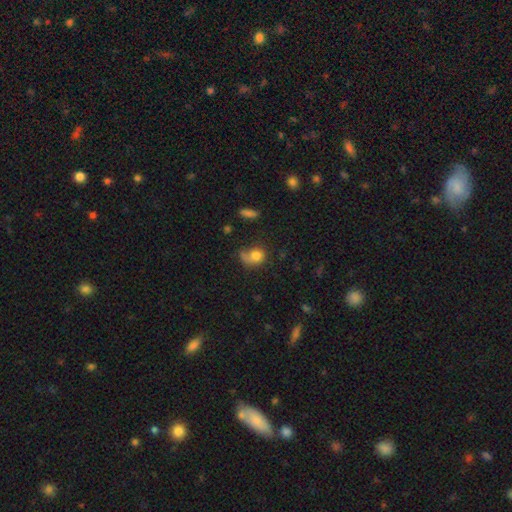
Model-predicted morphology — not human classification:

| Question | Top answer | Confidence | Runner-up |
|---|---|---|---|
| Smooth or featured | smooth | 76% | featured or disk (13%) |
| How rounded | round | 58% | in between (41%) |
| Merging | none | 39% | minor disturbance (25%) |